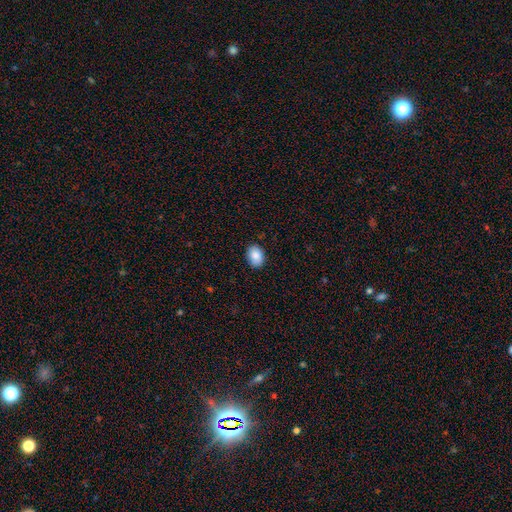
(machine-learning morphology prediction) type=smooth (88%); roundness=in between (77%); merging=none (88%).